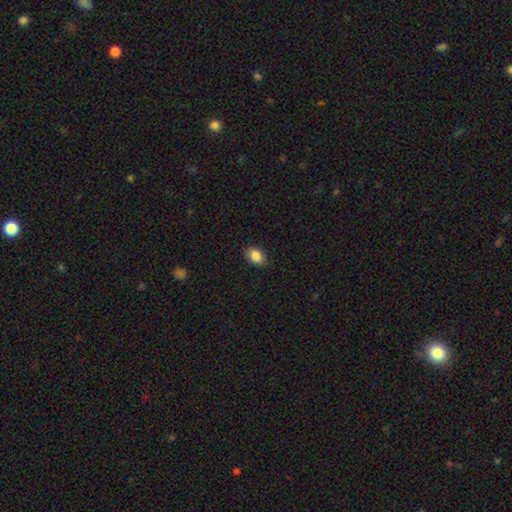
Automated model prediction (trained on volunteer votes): Q: Smooth or featured?
A: smooth (85%); runner-up: star or artifact (8%)
Q: How rounded?
A: in between (76%); runner-up: round (22%)
Q: Merging?
A: none (87%); runner-up: minor disturbance (10%)